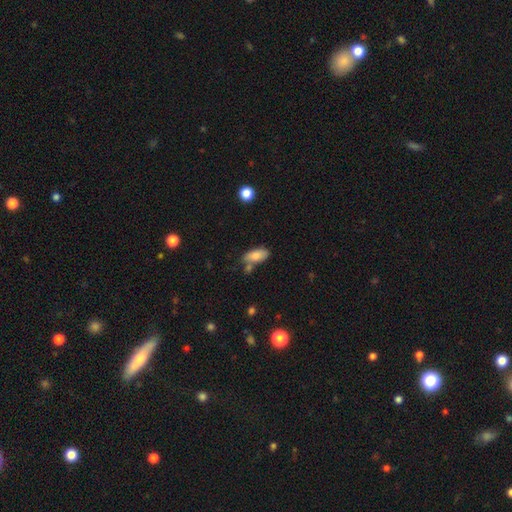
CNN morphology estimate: This appears to be a smooth galaxy with no disk features (81%) that is in between round and cigar-shaped (87%). Merging: none (62%).